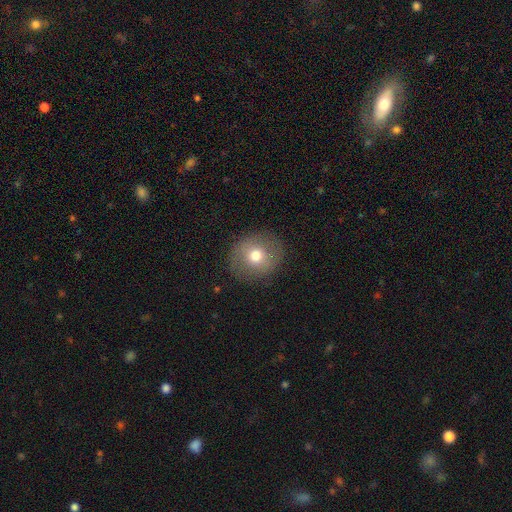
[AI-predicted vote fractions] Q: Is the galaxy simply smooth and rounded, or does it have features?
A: smooth — 69%.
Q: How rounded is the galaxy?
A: round — 80%.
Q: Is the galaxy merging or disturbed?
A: none — 86%.